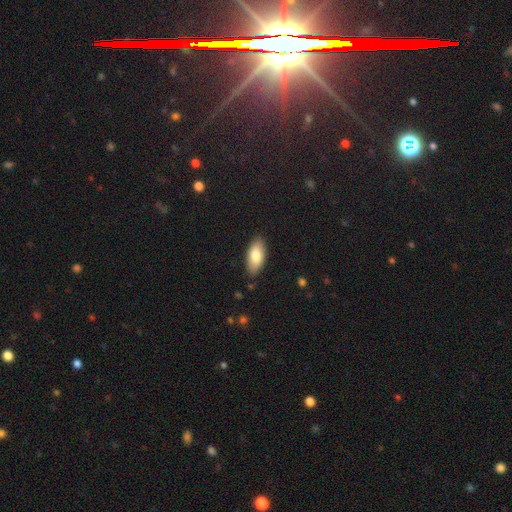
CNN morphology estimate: This is clearly a smooth galaxy (80%). How rounded: clearly in between (89%). Merging: clearly none (85%).